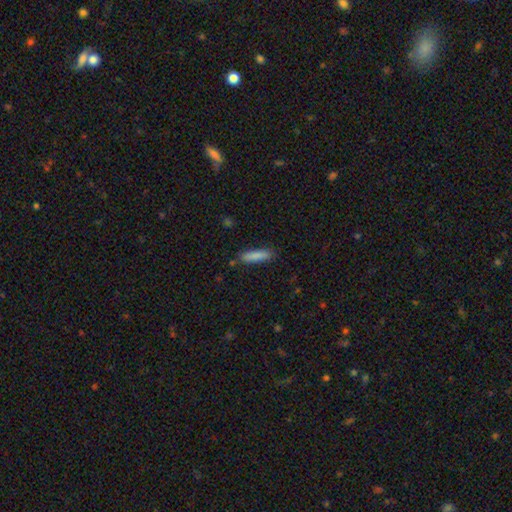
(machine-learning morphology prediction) This is clearly a smooth galaxy (86%). How rounded: likely cigar-shaped (76%). Merging: clearly none (84%).